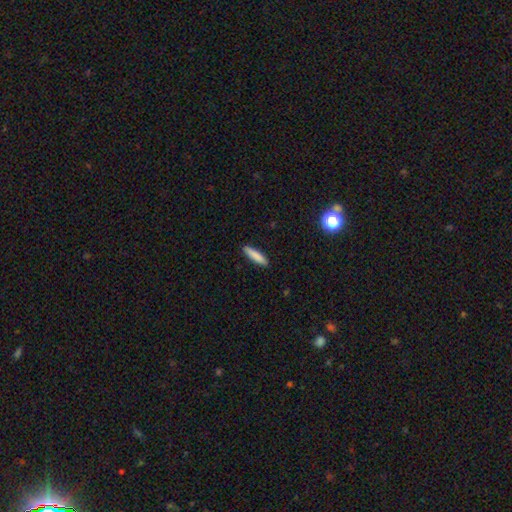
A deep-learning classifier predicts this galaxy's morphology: Smooth or featured: smooth — 86% (featured or disk — 8%)
How rounded: cigar-shaped — 81% (in between — 17%)
Merging: none — 90% (minor disturbance — 8%)